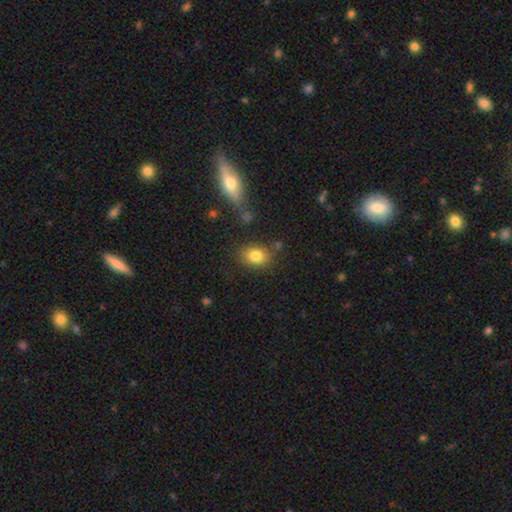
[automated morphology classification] The model was most divided on "how rounded": in between: 66%, round: 33%, cigar-shaped: 1%. More confident: smooth or featured — smooth (82%); merging — none (75%).